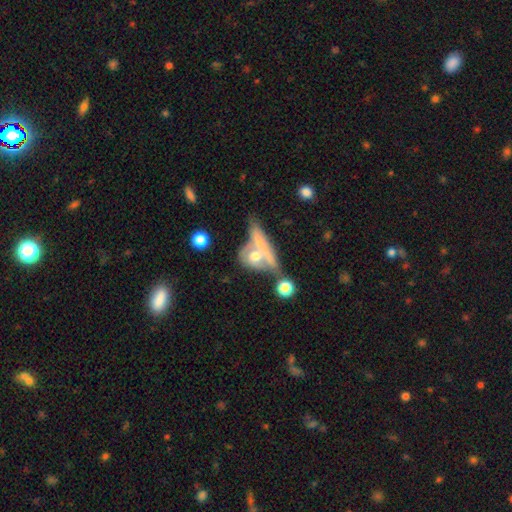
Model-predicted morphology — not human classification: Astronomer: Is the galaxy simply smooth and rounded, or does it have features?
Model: smooth — 48% (runner-up: featured or disk, 43%).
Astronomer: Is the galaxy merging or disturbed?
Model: merger — 46% (runner-up: none, 28%).